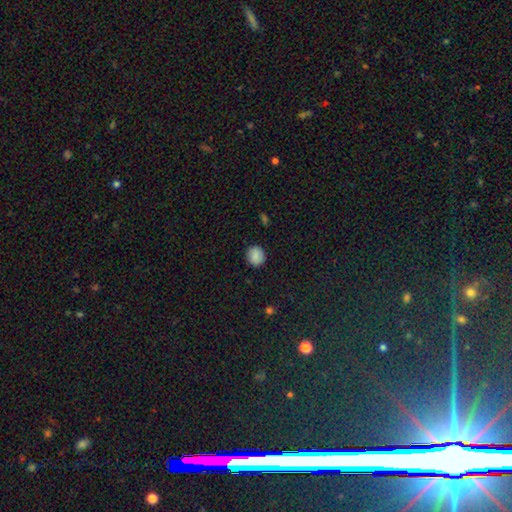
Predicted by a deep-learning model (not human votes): Morphology: type=smooth (85%); roundness=round (84%); merging=none (87%).